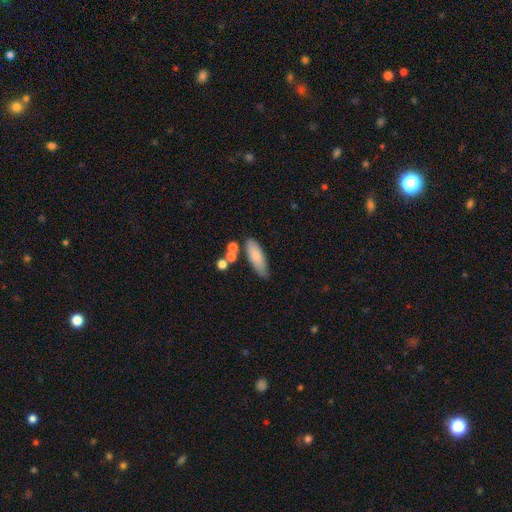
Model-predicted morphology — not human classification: smooth 78%, featured or disk 15%, star or artifact 7%. Down the decision tree: how rounded — in between (59%); merging — none (65%).